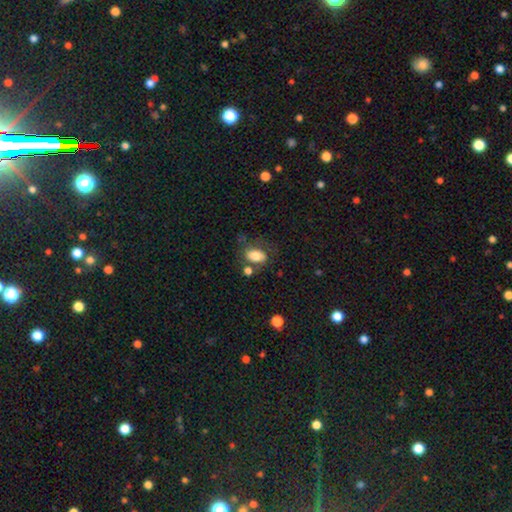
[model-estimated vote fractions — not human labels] This appears to be a smooth galaxy with no disk features (76%) that is in between round and cigar-shaped (84%). Merging: none (54%).